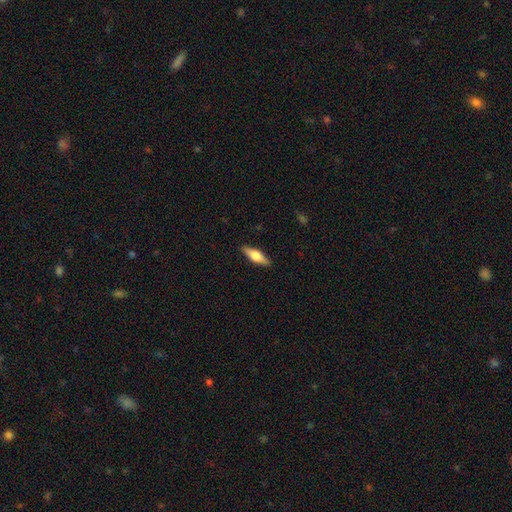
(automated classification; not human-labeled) This is possibly a smooth galaxy (50%). Merging: clearly none (90%).